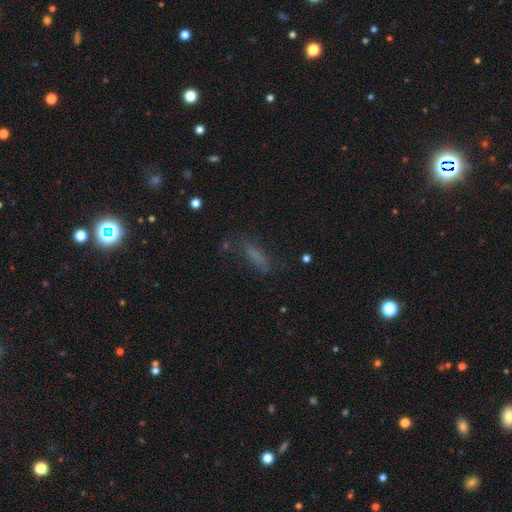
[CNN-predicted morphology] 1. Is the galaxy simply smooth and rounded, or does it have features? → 63% smooth, 19% star or artifact, 17% featured or disk.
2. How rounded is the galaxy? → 54% cigar-shaped, 43% in between, 3% round.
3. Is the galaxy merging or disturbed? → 61% none, 21% minor disturbance, 14% major disturbance, 4% merger.